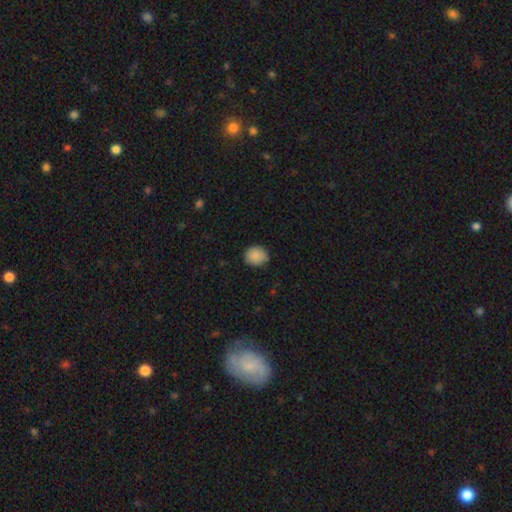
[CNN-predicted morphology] smooth_or_featured: smooth (p=0.88) [alt: star or artifact p=0.08]
how_rounded: round (p=0.70) [alt: in between p=0.29]
merging: none (p=0.79) [alt: minor disturbance p=0.17]